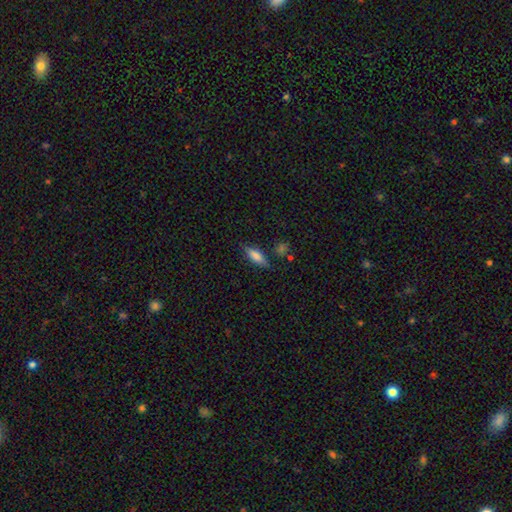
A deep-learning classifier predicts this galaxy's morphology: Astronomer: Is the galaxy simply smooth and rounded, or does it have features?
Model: smooth — 73%.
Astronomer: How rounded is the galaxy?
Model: in between — 57% (runner-up: cigar-shaped, 41%).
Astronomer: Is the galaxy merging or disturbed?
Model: none — 76%.